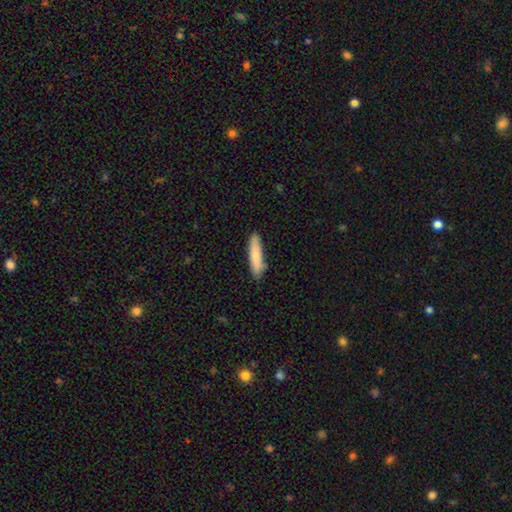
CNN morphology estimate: smooth 82%, featured or disk 12%, star or artifact 6%. Down the decision tree: how rounded — cigar-shaped (80%); merging — none (83%).